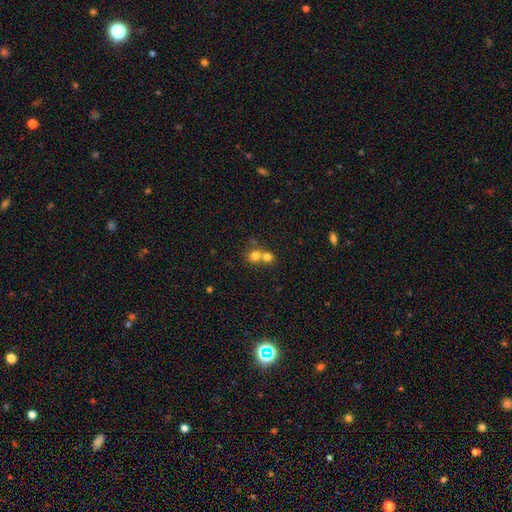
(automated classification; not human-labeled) Smooth or featured? Predicted: smooth (p=0.75). How rounded? Predicted: round (p=0.85). Merging? Predicted: merger (p=0.54).